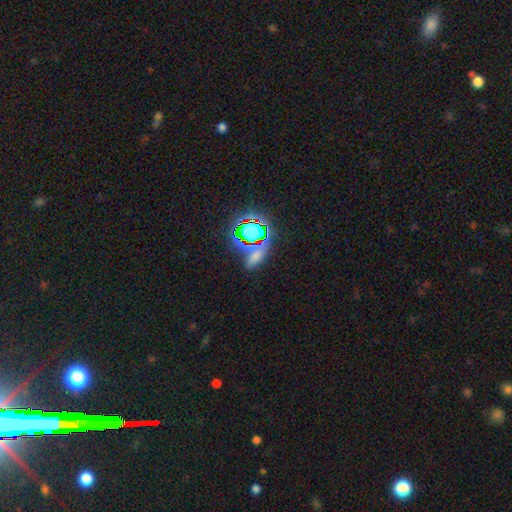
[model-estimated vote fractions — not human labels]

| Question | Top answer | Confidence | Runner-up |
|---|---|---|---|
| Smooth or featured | smooth | 45% | star or artifact (41%) |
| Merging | none | 64% | minor disturbance (15%) |